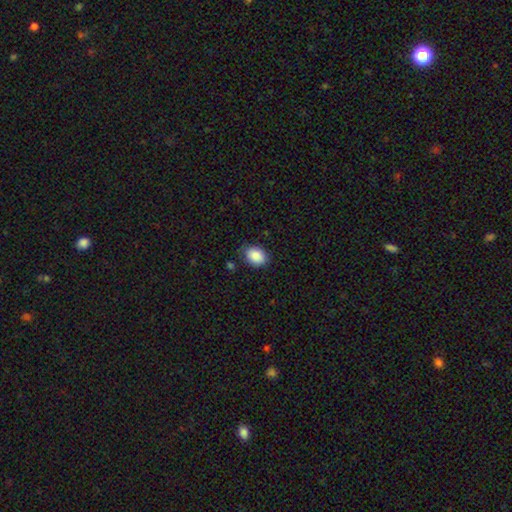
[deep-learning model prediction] Smooth or featured? smooth (88%)
How rounded? in between (64%)
Merging? none (77%)